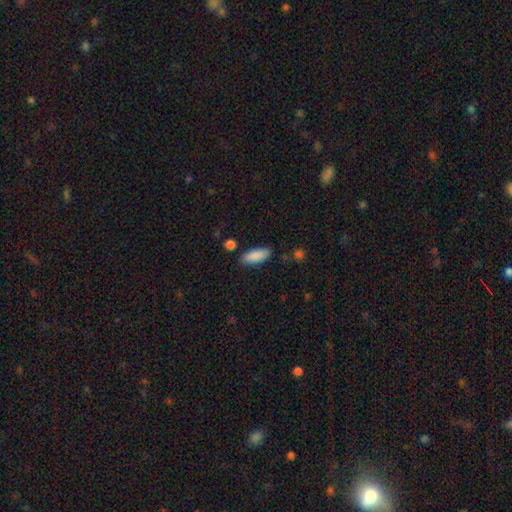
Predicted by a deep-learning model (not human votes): Morphology: type=smooth (89%); roundness=in between (74%); merging=none (85%).